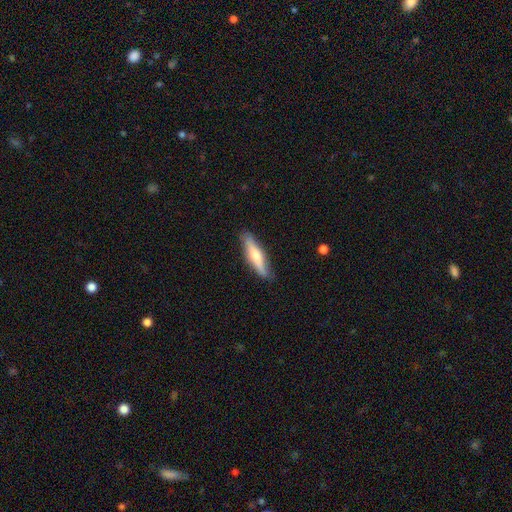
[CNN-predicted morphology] Smooth or featured? smooth (52%)
How rounded? cigar-shaped (81%)
Merging? none (85%)